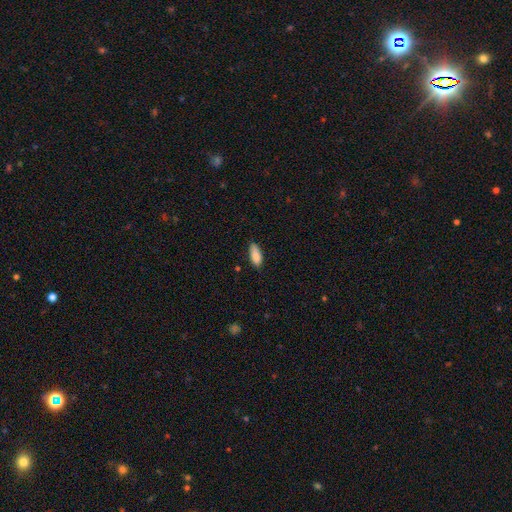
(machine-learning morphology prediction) A smooth galaxy with no disk features (89%) that is in between round and cigar-shaped (80%). Merging: none (76%).